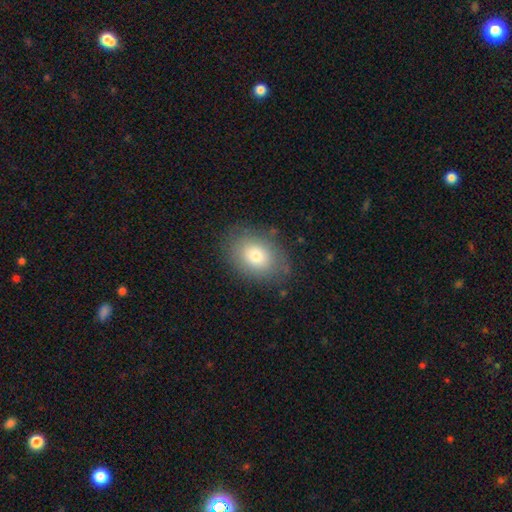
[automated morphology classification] A smooth galaxy with no disk features (76%) that is in between round and cigar-shaped (73%).

Vote fractions:
- Smooth or featured? smooth: 76% / featured or disk: 15% / star or artifact: 9%
- How rounded? in between: 73% / round: 26% / cigar-shaped: 1%
- Merging? none: 82% / minor disturbance: 13% / major disturbance: 4% / merger: 1%